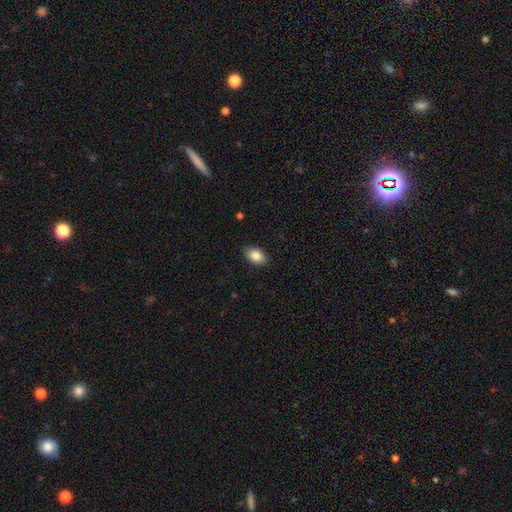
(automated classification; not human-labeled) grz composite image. It shows a smooth galaxy with no disk features (86%) that is in between round and cigar-shaped (91%). Merging: none (88%).